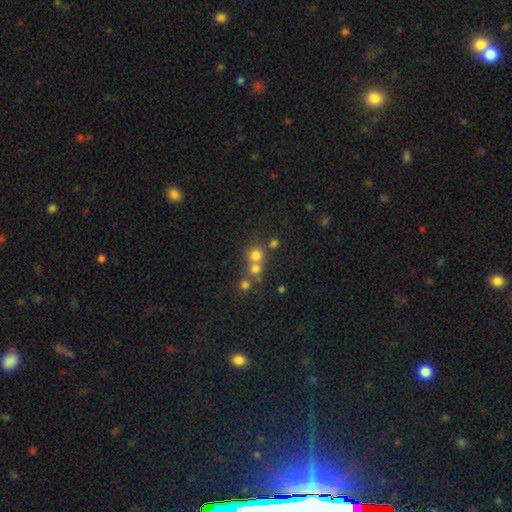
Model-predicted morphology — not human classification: smooth 69%, star or artifact 19%, featured or disk 12%. Down the decision tree: how rounded — round (87%); merging — none (47%).